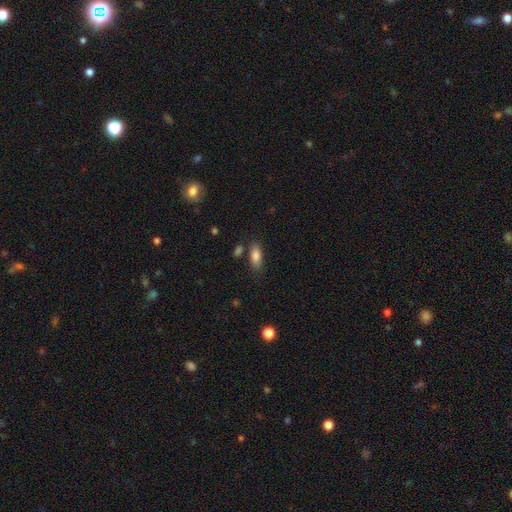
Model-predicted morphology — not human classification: Smooth or featured?
  - smooth: 84% *
  - featured or disk: 8%
  - star or artifact: 8%
How rounded?
  - in between: 82% *
  - cigar-shaped: 15%
  - round: 3%
Merging?
  - none: 76% *
  - minor disturbance: 14%
  - merger: 6%
  - major disturbance: 4%